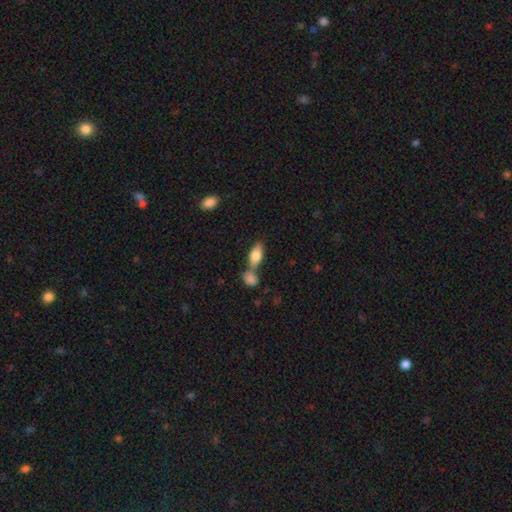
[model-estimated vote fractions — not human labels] This is likely a smooth galaxy (74%). How rounded: clearly in between (81%). Merging: marginally none (43%, tied with merger).